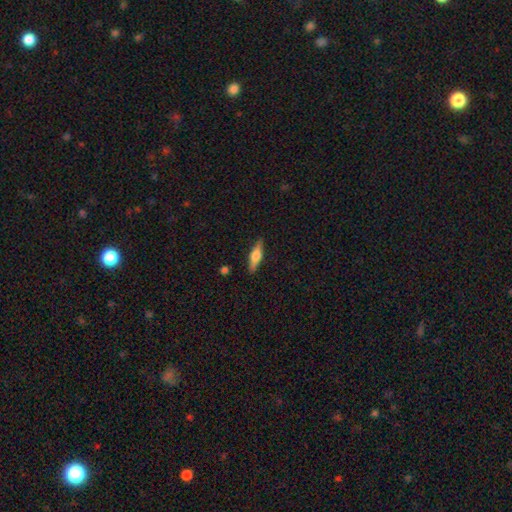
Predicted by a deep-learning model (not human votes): Q: Smooth or featured?
A: featured or disk (55%); runner-up: smooth (38%)
Q: Edge-on disk?
A: yes (95%); runner-up: no (5%)
Q: Edge-on bulge?
A: rounded (89%); runner-up: boxy (9%)
Q: Merging?
A: none (88%); runner-up: minor disturbance (9%)